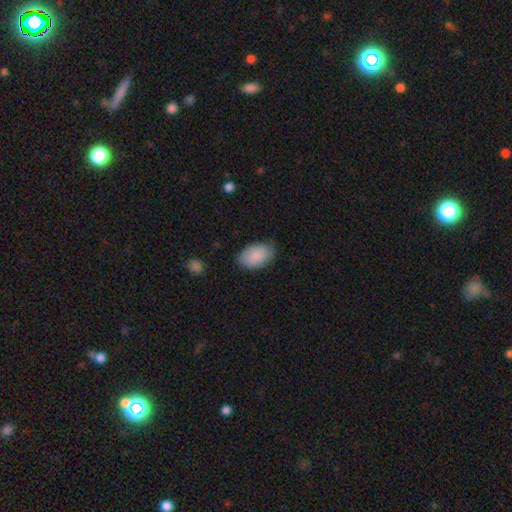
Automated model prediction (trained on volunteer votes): smooth_or_featured: smooth (p=0.88) [alt: featured or disk p=0.06]
how_rounded: in between (p=0.93) [alt: round p=0.06]
merging: none (p=0.80) [alt: minor disturbance p=0.16]